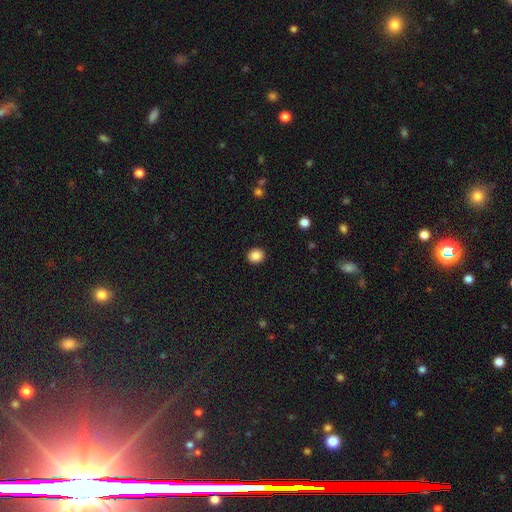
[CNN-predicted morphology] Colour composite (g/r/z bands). It shows a smooth galaxy with no disk features (87%) that is round (82%). Merging: none (92%).